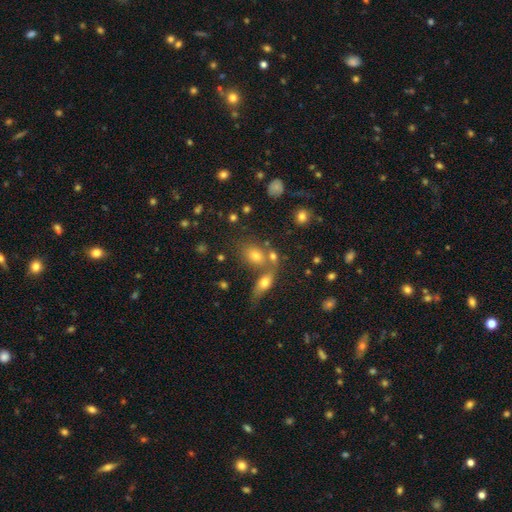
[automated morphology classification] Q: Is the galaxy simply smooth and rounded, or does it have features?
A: smooth — 71%.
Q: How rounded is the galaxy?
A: in between — 65%.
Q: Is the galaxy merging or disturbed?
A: none — 47%.